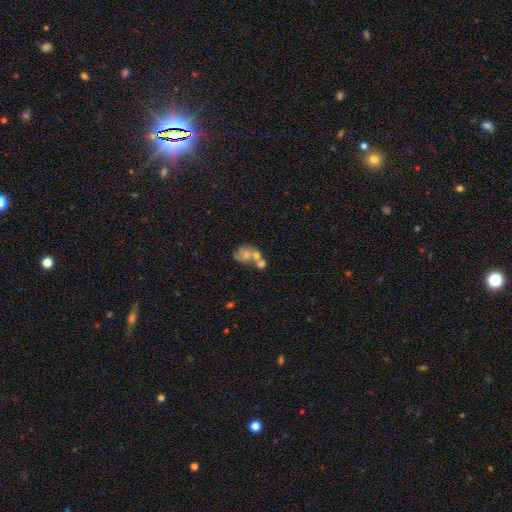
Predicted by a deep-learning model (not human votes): A smooth galaxy with no disk features (45%).

Vote fractions:
- Smooth or featured? smooth: 45% / featured or disk: 42% / star or artifact: 12%
- Merging? merger: 54% / none: 22% / minor disturbance: 12% / major disturbance: 12%